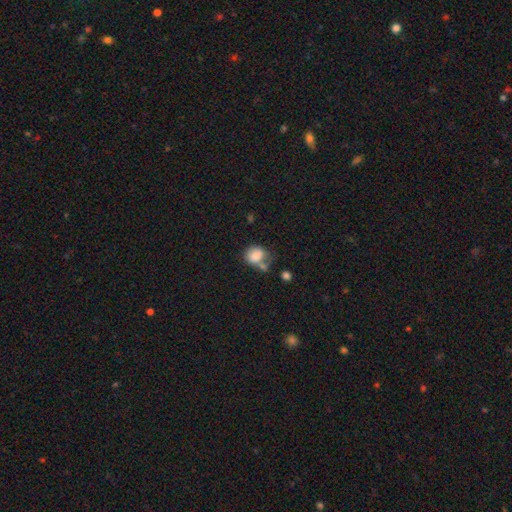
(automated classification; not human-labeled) Smooth or featured?
  - smooth: 81% *
  - featured or disk: 10%
  - star or artifact: 9%
How rounded?
  - round: 56% *
  - in between: 43%
  - cigar-shaped: 1%
Merging?
  - none: 37% *
  - merger: 30%
  - minor disturbance: 21%
  - major disturbance: 11%